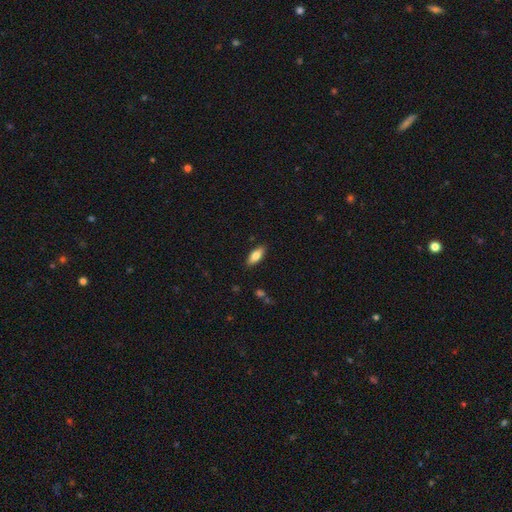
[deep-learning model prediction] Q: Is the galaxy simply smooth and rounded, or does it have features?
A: smooth — 78%.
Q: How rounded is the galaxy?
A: in between — 79%.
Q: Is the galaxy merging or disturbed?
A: none — 88%.